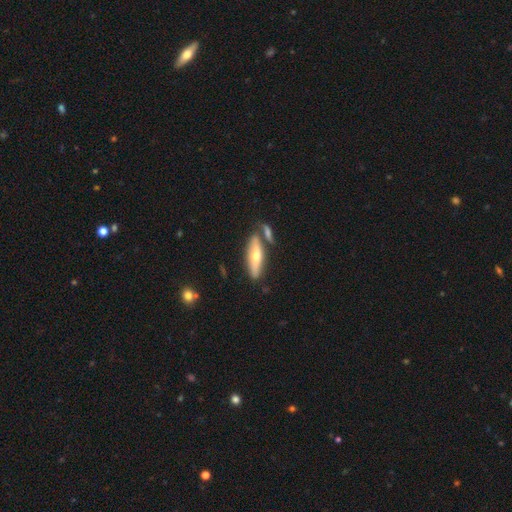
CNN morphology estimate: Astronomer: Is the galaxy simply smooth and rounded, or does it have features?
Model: smooth — 48% (runner-up: featured or disk, 46%).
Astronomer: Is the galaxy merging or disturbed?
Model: none — 67%.